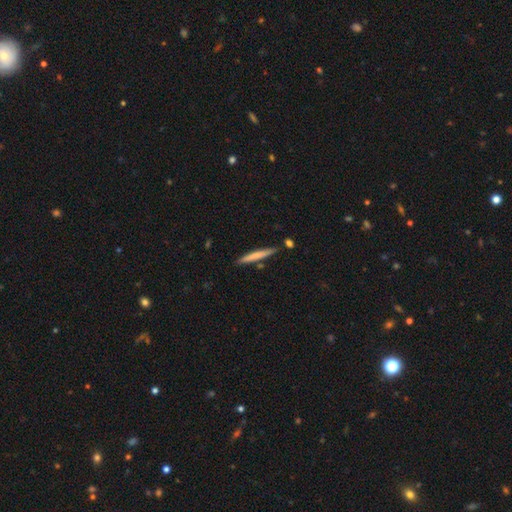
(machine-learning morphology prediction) Q: Smooth or featured?
A: smooth (67%); runner-up: featured or disk (28%)
Q: How rounded?
A: cigar-shaped (96%); runner-up: in between (3%)
Q: Merging?
A: none (84%); runner-up: minor disturbance (10%)